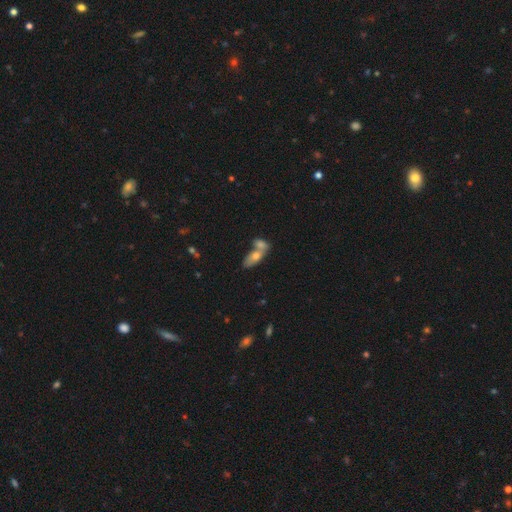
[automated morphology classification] Smooth or featured? Predicted: smooth (p=0.69). How rounded? Predicted: in between (p=0.80). Merging? Predicted: merger (p=0.60).